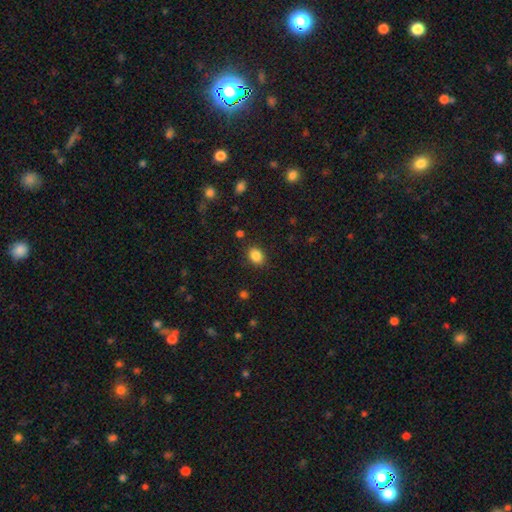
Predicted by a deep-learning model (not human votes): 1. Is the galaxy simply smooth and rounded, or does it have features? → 85% smooth, 10% star or artifact, 4% featured or disk.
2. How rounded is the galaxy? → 57% in between, 42% round, 1% cigar-shaped.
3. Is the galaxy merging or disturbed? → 86% none, 10% minor disturbance, 3% major disturbance, 1% merger.